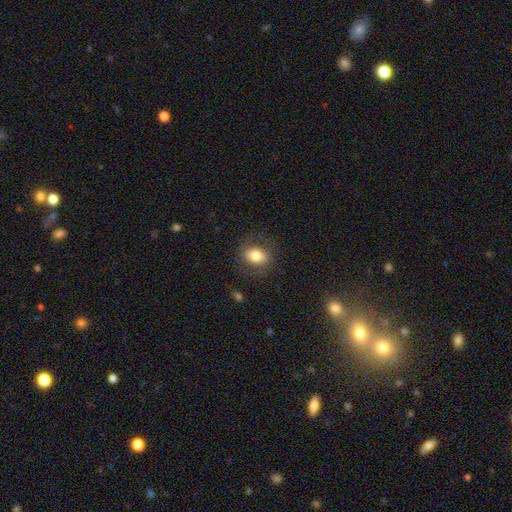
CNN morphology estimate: This is likely a smooth galaxy (75%). How rounded: likely in between (61%). Merging: likely none (80%).